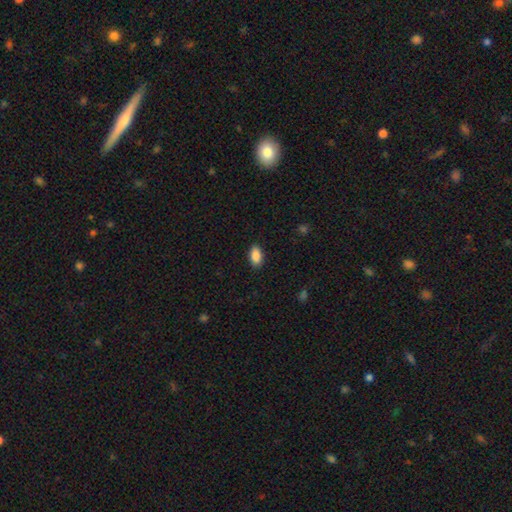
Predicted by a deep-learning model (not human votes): This is clearly a smooth galaxy (88%). How rounded: clearly in between (92%). Merging: clearly none (88%).